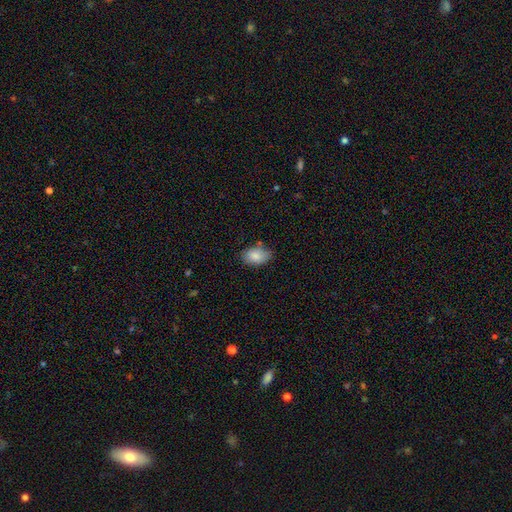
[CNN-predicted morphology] type=smooth (85%); roundness=in between (88%); merging=none (75%).